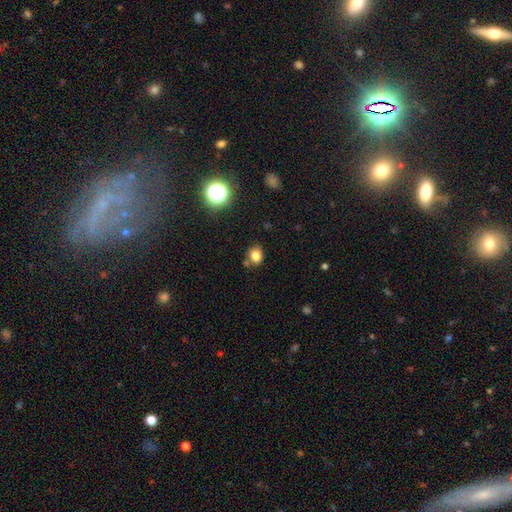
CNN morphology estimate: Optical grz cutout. It shows a smooth galaxy with no disk features (80%) that is round (58%). Merging: none (71%).